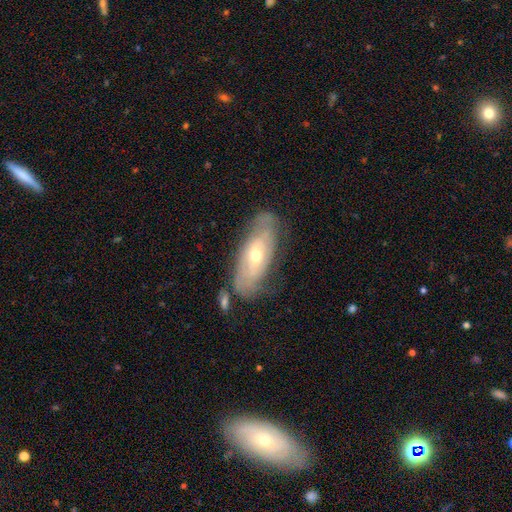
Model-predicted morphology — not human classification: Smooth or featured? featured or disk (65%)
Edge-on disk? no (84%)
Bar? no (59%)
Spiral arms? yes (67%)
Bulge size? moderate (56%)
Merging? none (64%)